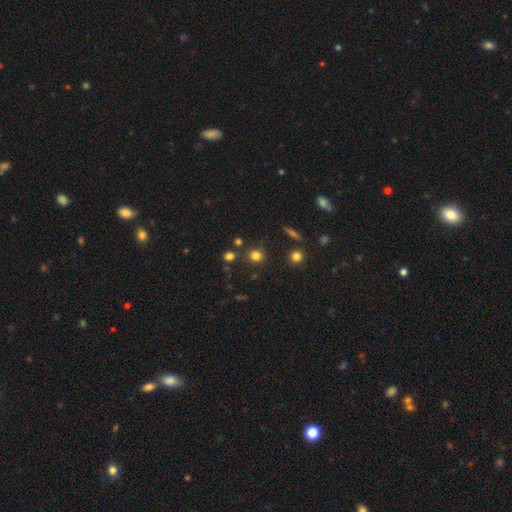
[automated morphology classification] smooth 79%, star or artifact 15%, featured or disk 6%. Down the decision tree: how rounded — round (84%); merging — none (79%).